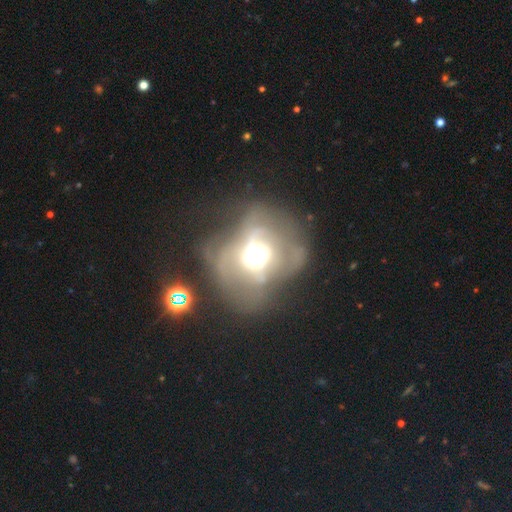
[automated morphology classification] A featured or disk galaxy (61%) with no bar (63%), no spiral arms (54%) and a large central bulge (39%). Merging: major disturbance (44%).